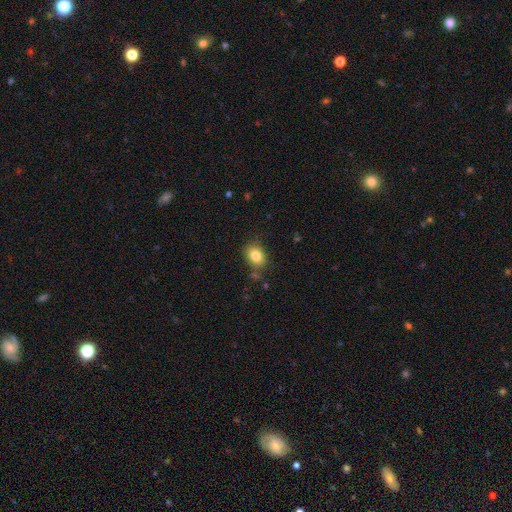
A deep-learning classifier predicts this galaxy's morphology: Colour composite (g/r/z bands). It shows a smooth galaxy with no disk features (83%) that is in between round and cigar-shaped (63%). Merging: none (77%).